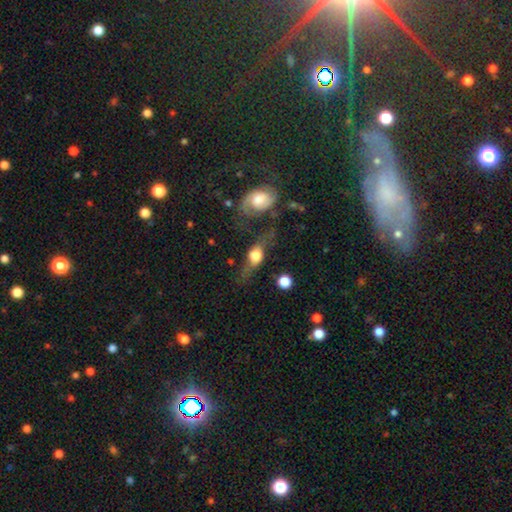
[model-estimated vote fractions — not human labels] Overall: featured or disk (53%; smooth 39%). Edge-on disk: yes (64%; no 36%). Merging: none (50%; minor disturbance 22%).